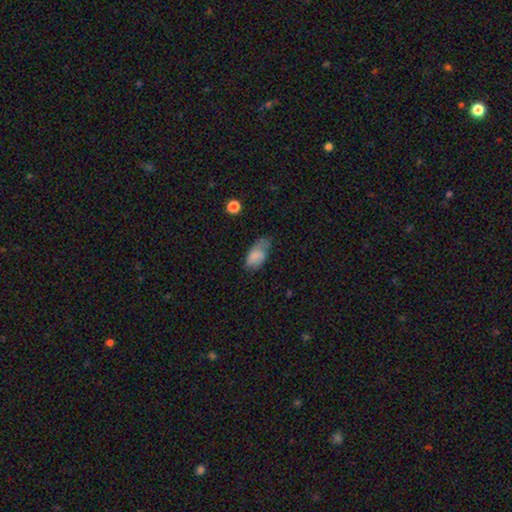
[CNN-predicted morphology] type=smooth (74%); roundness=in between (92%); merging=none (41%).